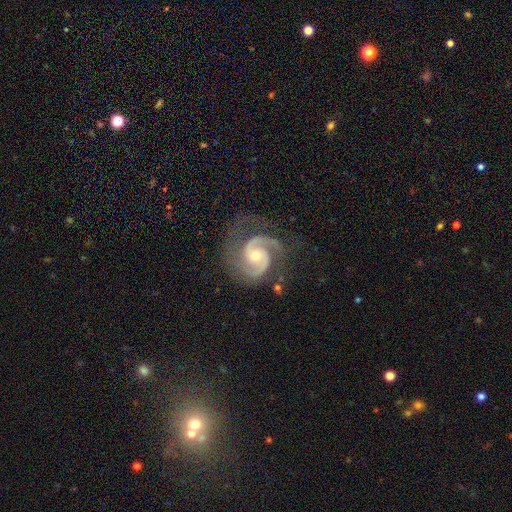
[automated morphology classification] Smooth or featured? Predicted: featured or disk (p=0.93). Edge-on disk? Predicted: no (p=0.98). Bar? Predicted: no (p=0.64). Spiral arms? Predicted: yes (p=0.99). Spiral winding? Predicted: medium (p=0.52). Spiral arm count? Predicted: 2 (p=0.87). Bulge size? Predicted: moderate (p=0.54). Merging? Predicted: none (p=0.71).